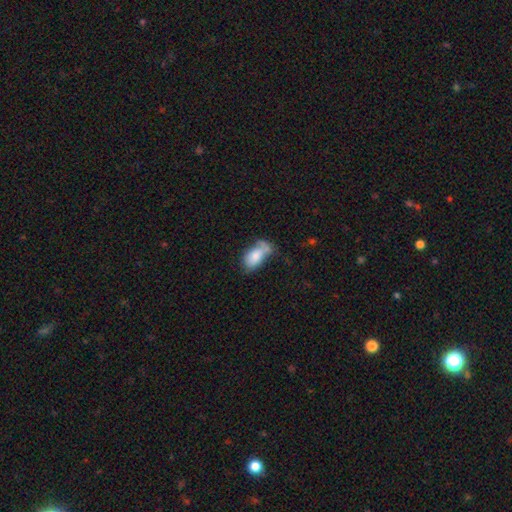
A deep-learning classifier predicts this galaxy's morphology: This appears to be a smooth galaxy with no disk features (74%) that is in between round and cigar-shaped (92%). Merging: none (35%).